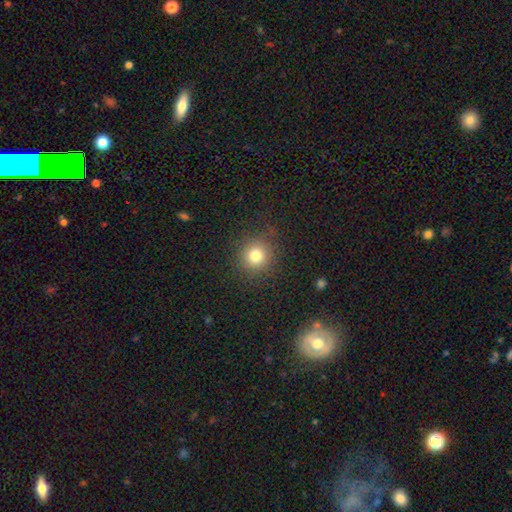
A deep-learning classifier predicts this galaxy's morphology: A smooth galaxy with no disk features (79%) that is round (91%).

Vote fractions:
- Smooth or featured? smooth: 79% / star or artifact: 14% / featured or disk: 7%
- How rounded? round: 91% / in between: 8% / cigar-shaped: 1%
- Merging? none: 87% / minor disturbance: 8% / major disturbance: 4% / merger: 1%